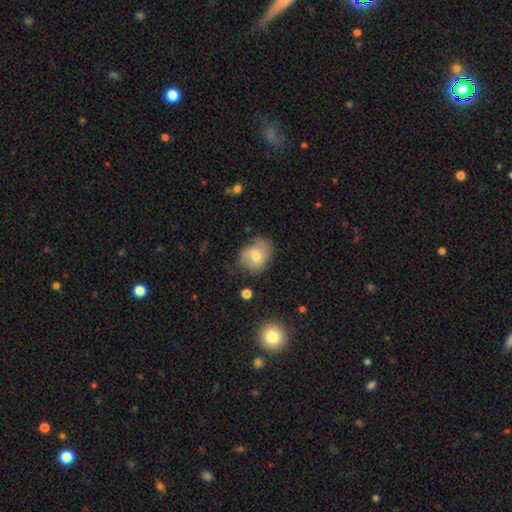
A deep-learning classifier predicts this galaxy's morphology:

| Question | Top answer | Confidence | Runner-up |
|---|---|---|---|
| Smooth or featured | smooth | 54% | featured or disk (37%) |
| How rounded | round | 53% | in between (46%) |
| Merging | none | 56% | minor disturbance (30%) |